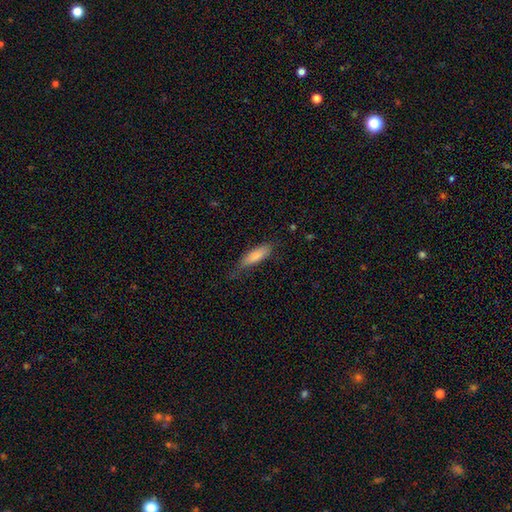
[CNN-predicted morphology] Q: Smooth or featured?
A: smooth (84%); runner-up: featured or disk (10%)
Q: How rounded?
A: in between (49%); tied with: cigar-shaped (49%)
Q: Merging?
A: none (62%); runner-up: minor disturbance (28%)